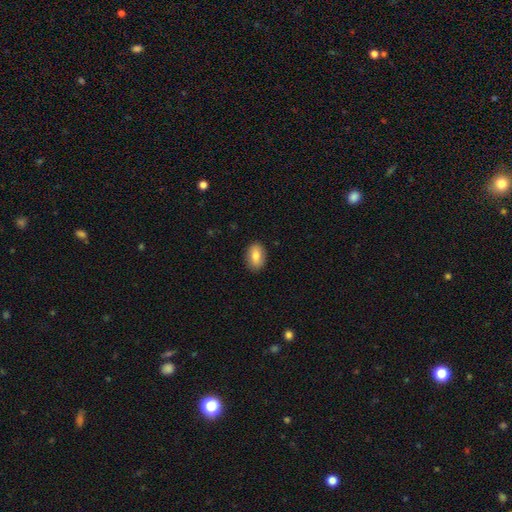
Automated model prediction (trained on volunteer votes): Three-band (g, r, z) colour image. It shows a smooth galaxy with no disk features (81%) that is in between round and cigar-shaped (88%). Merging: none (88%).